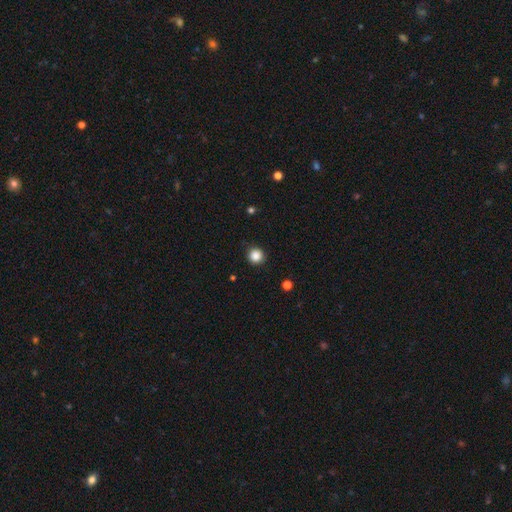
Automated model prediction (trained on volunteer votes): A smooth galaxy with no disk features (86%) that is round (94%).

Vote fractions:
- Smooth or featured? smooth: 86% / star or artifact: 11% / featured or disk: 3%
- How rounded? round: 94% / in between: 5% / cigar-shaped: 1%
- Merging? none: 89% / minor disturbance: 8% / major disturbance: 2% / merger: 1%